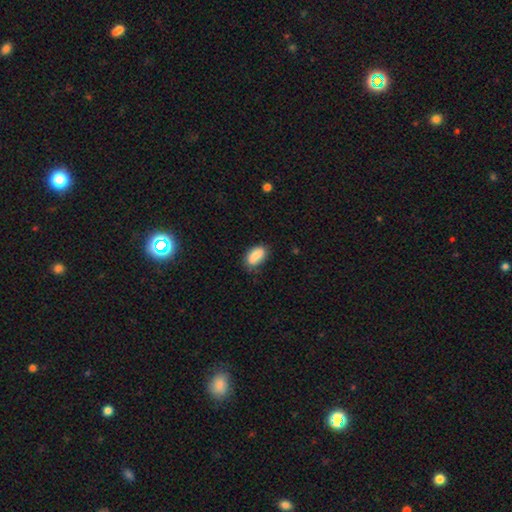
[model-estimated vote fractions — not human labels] Smooth or featured? Predicted: smooth (p=0.85). How rounded? Predicted: in between (p=0.91). Merging? Predicted: none (p=0.71).